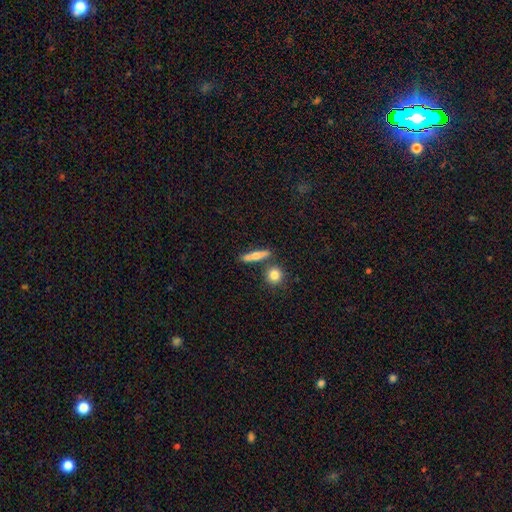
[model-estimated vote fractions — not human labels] This is possibly a smooth galaxy (58%). How rounded: likely cigar-shaped (73%). Merging: likely none (78%).